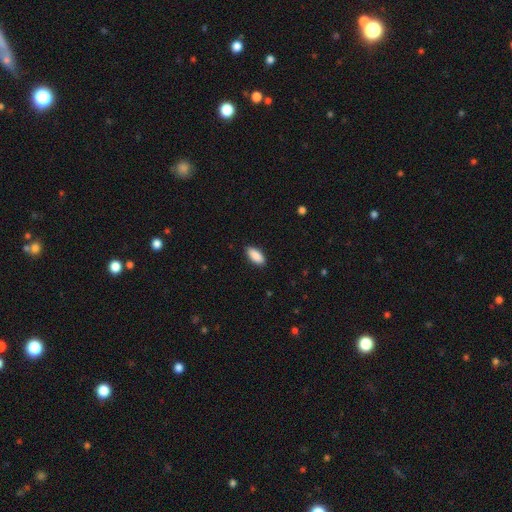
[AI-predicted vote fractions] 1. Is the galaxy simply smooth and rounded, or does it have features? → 90% smooth, 6% star or artifact, 4% featured or disk.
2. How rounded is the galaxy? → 88% in between, 10% cigar-shaped, 2% round.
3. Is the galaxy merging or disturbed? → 89% none, 8% minor disturbance, 2% major disturbance, 1% merger.